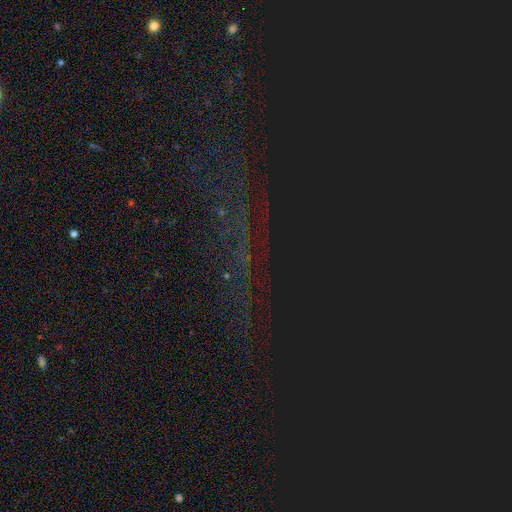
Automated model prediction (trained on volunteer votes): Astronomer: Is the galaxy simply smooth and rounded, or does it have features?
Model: star or artifact — 85%.